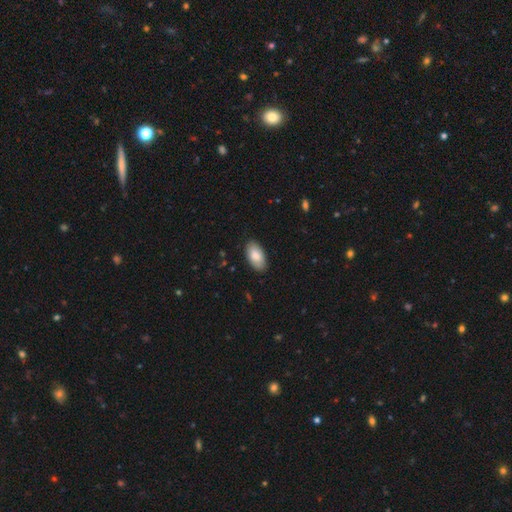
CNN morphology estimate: Q: Smooth or featured?
A: smooth (85%); runner-up: featured or disk (10%)
Q: How rounded?
A: in between (95%); runner-up: cigar-shaped (3%)
Q: Merging?
A: none (85%); runner-up: minor disturbance (12%)